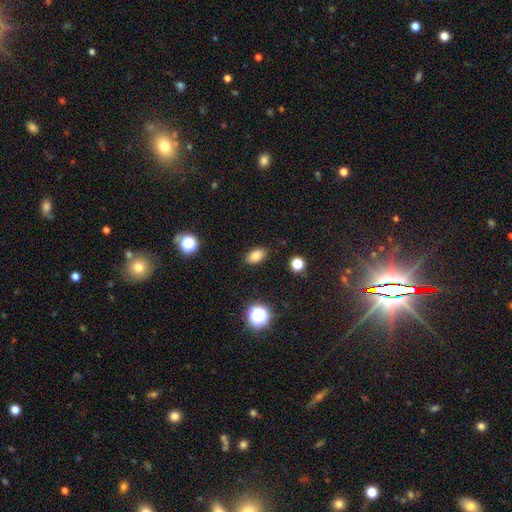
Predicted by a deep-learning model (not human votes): This is clearly a smooth galaxy (81%). How rounded: clearly in between (88%). Merging: clearly none (87%).